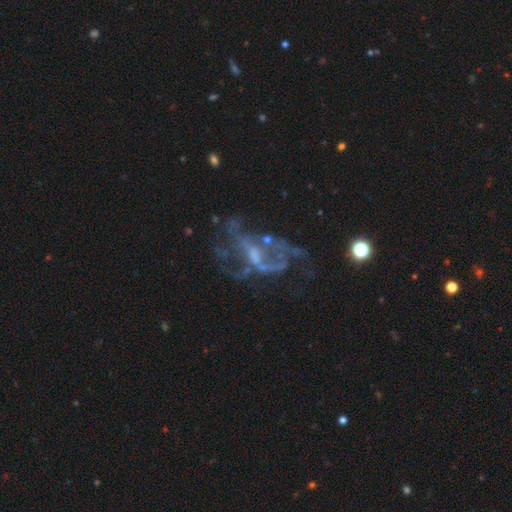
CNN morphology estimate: This is likely a featured or disk galaxy (74%). It is clearly not viewed edge-on (95%). Bar: possibly no (53%). Spiral arm pattern: possibly no (50%, tied with yes). Central bulge: marginally small (37%). Merging: marginally major disturbance (41%).